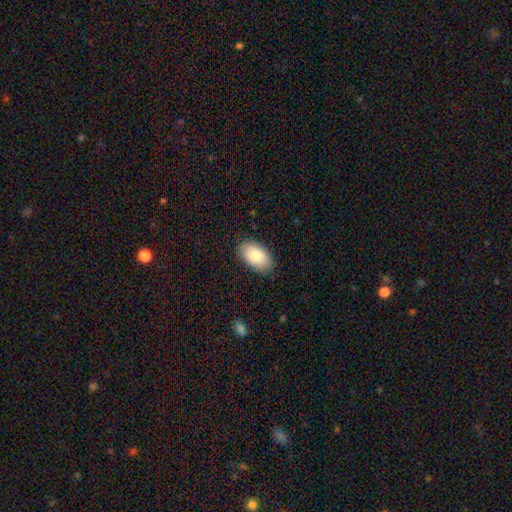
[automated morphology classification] Overall: smooth (84%). How rounded: in between (94%). Merging: none (86%).